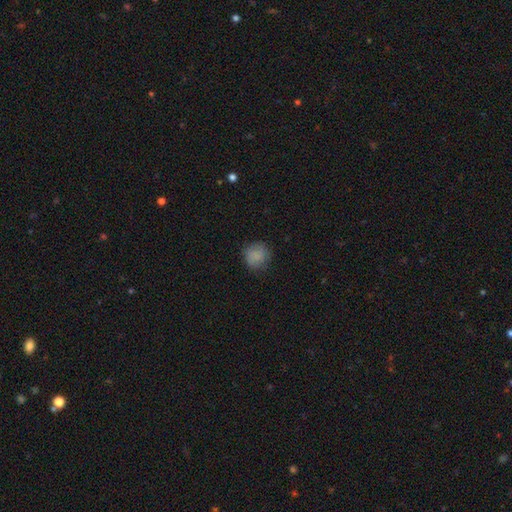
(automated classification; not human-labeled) Smooth or featured? Predicted: smooth (p=0.83). How rounded? Predicted: round (p=0.88). Merging? Predicted: none (p=0.79).